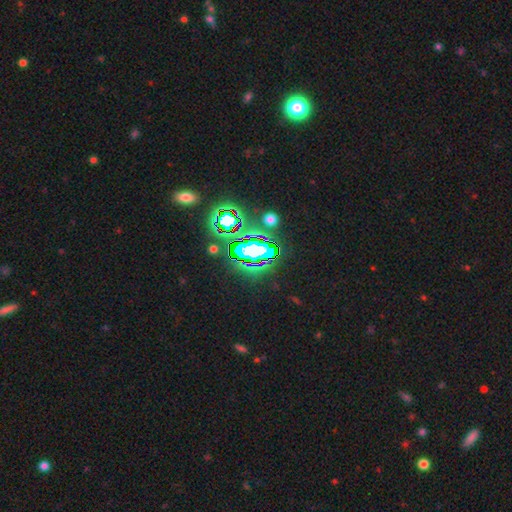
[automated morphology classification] Smooth or featured: star or artifact — 78% (smooth — 14%)